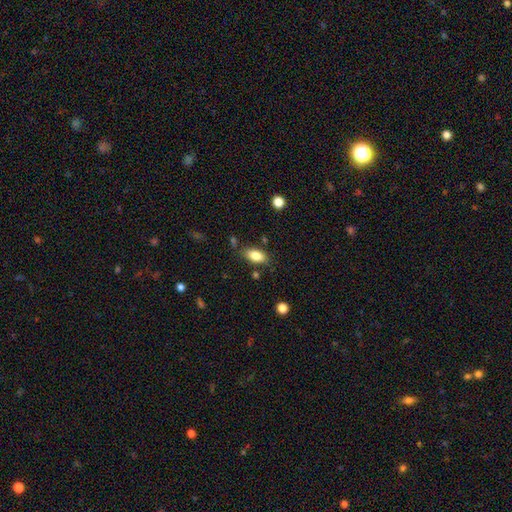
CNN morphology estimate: Smooth or featured: smooth — 84% (featured or disk — 8%)
How rounded: in between — 90% (cigar-shaped — 5%)
Merging: none — 78% (minor disturbance — 14%)